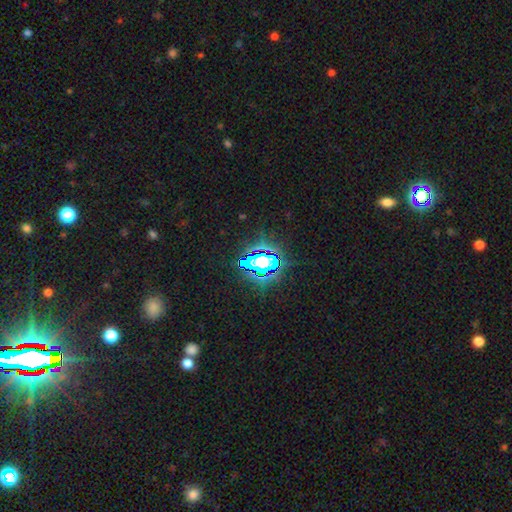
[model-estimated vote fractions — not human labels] Smooth or featured? Predicted: star or artifact (p=0.73).